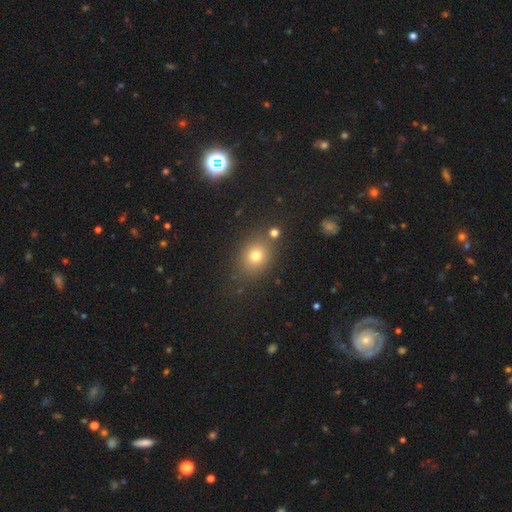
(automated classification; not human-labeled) Morphology: type=smooth (72%); roundness=round (62%); merging=none (78%).